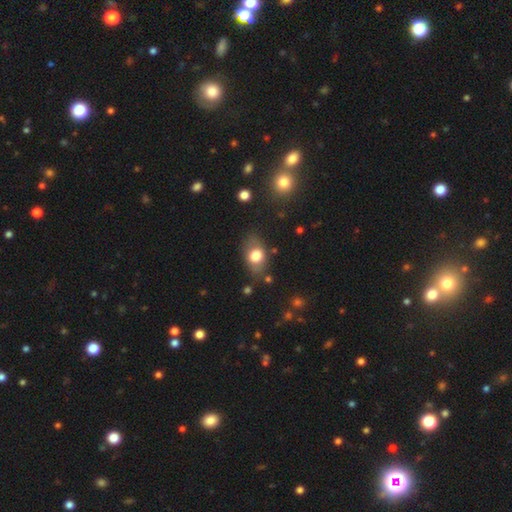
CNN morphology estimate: type=smooth (71%); roundness=in between (78%); merging=none (73%).